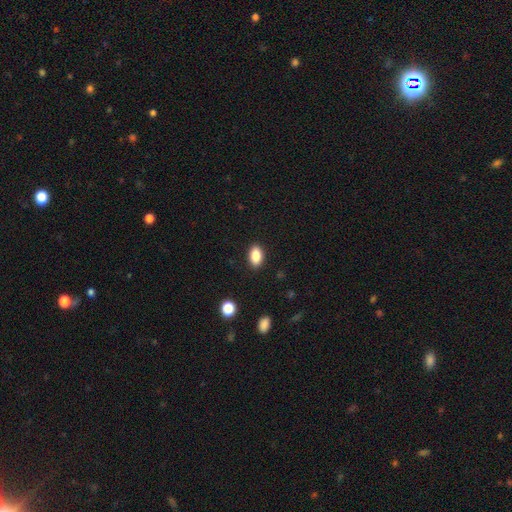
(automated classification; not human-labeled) smooth-or-featured: smooth: 87% | star or artifact: 8% | featured or disk: 5%
  how-rounded: in between: 90% | round: 8% | cigar-shaped: 2%
  merging: none: 89% | minor disturbance: 8% | major disturbance: 2% | merger: 1%